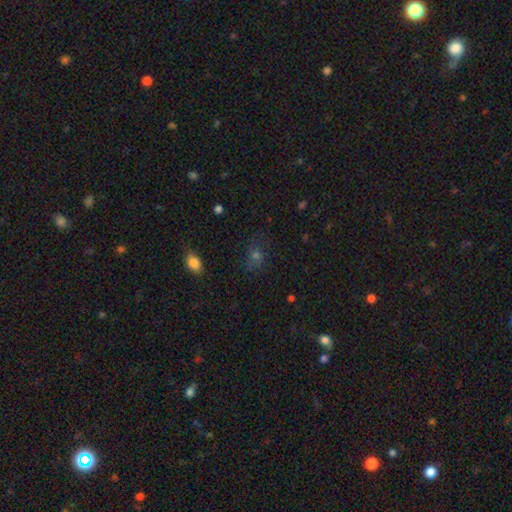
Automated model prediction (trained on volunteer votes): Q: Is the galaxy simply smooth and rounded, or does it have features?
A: smooth — 49%.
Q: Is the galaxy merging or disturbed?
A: none — 72%.